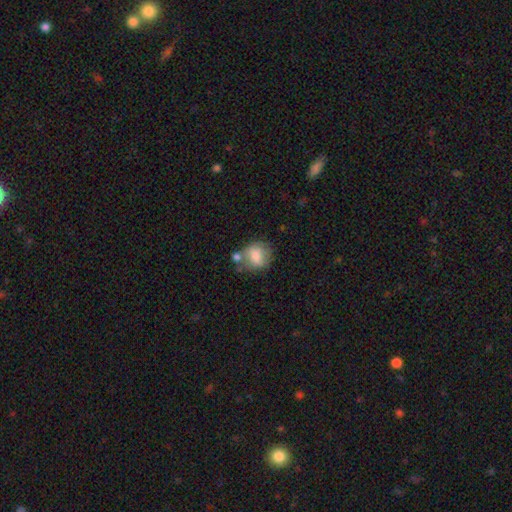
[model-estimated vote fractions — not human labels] This appears to be a smooth galaxy with no disk features (74%) that is round (70%). Merging: none (48%).